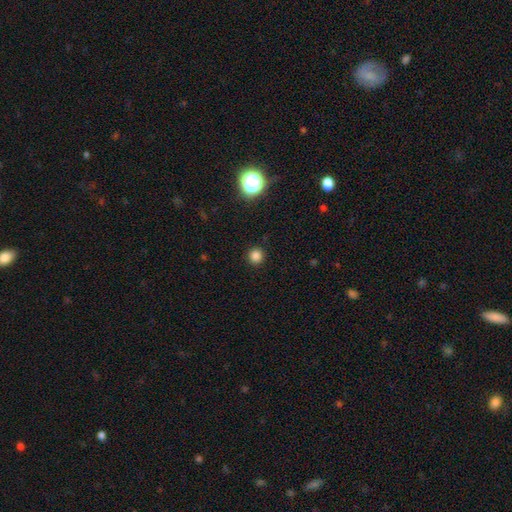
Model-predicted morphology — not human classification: Overall: smooth (82%). How rounded: round (94%). Merging: none (92%).